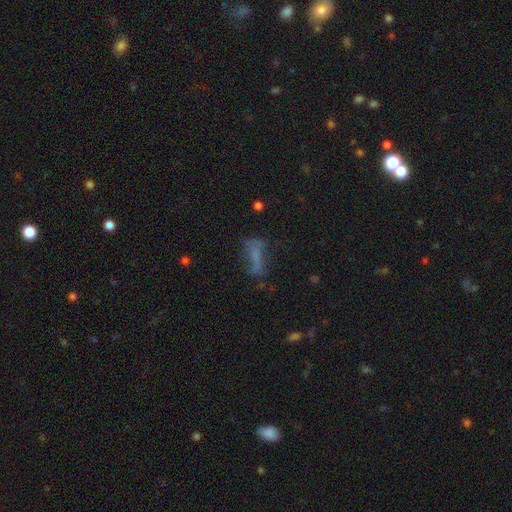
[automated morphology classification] smooth_or_featured: smooth (p=0.49) [alt: featured or disk p=0.32]
merging: none (p=0.44) [alt: major disturbance p=0.27]